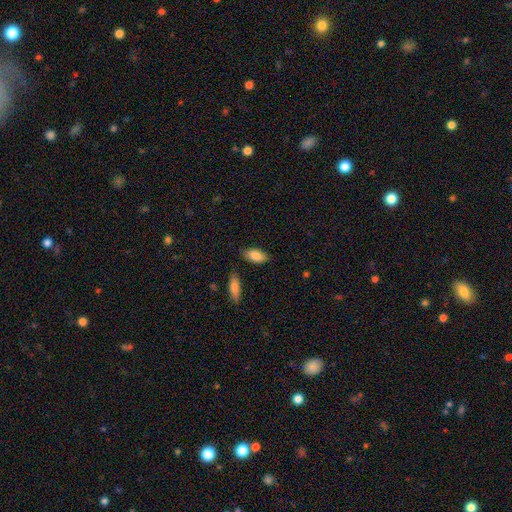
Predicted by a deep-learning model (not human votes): Morphology: type=smooth (86%); roundness=in between (89%); merging=none (82%).